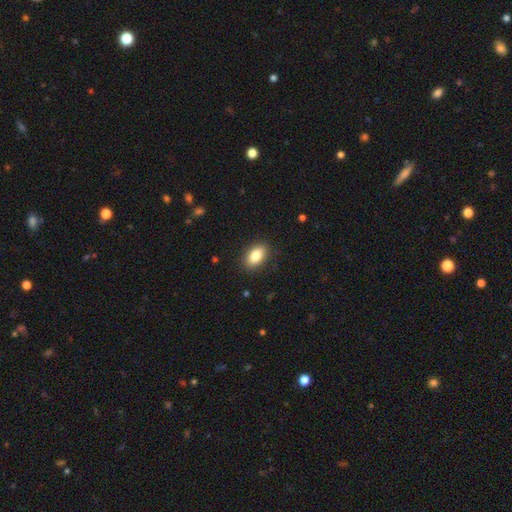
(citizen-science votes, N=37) Q: Smooth or featured?
A: smooth (86%); runner-up: featured or disk (8%)
Q: How rounded?
A: in between (97%); runner-up: cigar-shaped (3%)
Q: Merging?
A: none (83%); runner-up: minor disturbance (14%)